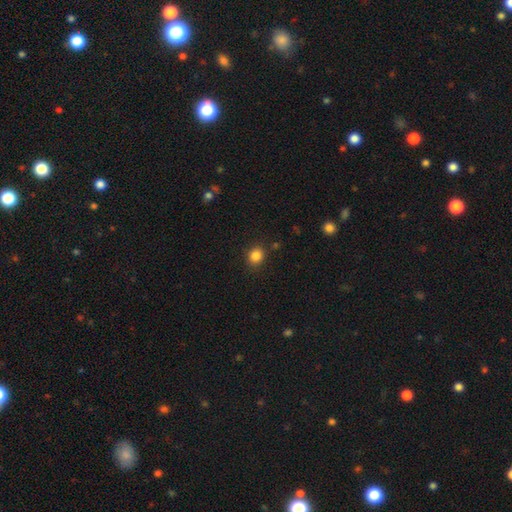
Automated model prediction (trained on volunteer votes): Smooth or featured?
  - smooth: 85% *
  - star or artifact: 11%
  - featured or disk: 4%
How rounded?
  - round: 74% *
  - in between: 25%
  - cigar-shaped: 1%
Merging?
  - none: 85% *
  - minor disturbance: 10%
  - major disturbance: 3%
  - merger: 2%